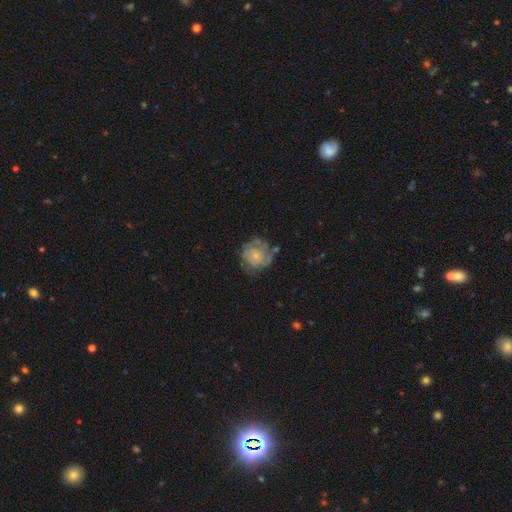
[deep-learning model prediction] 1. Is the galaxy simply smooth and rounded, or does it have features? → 60% featured or disk, 32% smooth, 8% star or artifact.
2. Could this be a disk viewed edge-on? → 98% no, 2% yes.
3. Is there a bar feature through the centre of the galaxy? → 80% no, 17% weak, 3% strong.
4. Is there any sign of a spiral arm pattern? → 76% yes, 24% no.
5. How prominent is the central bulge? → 70% small, 17% moderate, 10% none, 2% large, 1% dominant.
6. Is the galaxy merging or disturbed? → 52% none, 25% minor disturbance, 18% major disturbance, 4% merger.